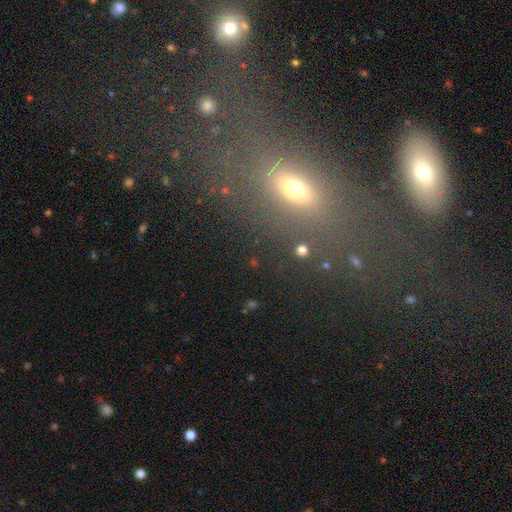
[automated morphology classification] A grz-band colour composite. It shows a smooth galaxy with no disk features (49%). Merging: none (59%).